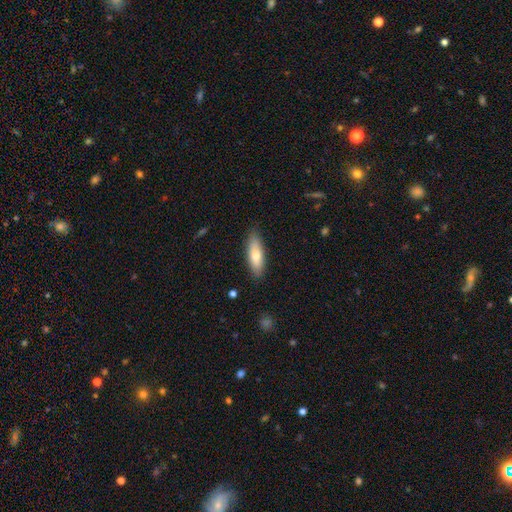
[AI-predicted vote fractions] smooth 72%, featured or disk 22%, star or artifact 6%. Down the decision tree: how rounded — in between (56%); merging — none (87%).